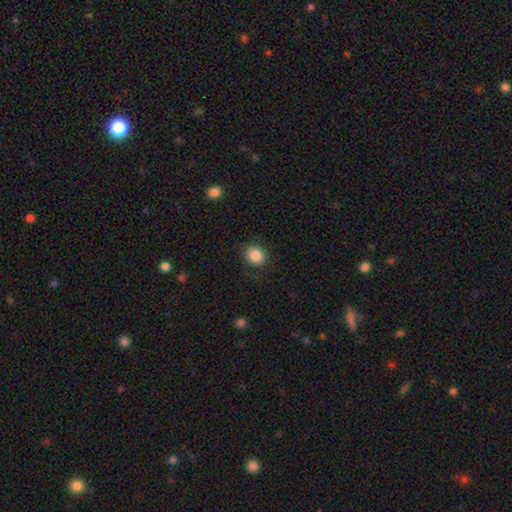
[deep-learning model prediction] Smooth or featured: smooth — 86% (star or artifact — 9%)
How rounded: round — 54% (in between — 45%)
Merging: none — 83% (minor disturbance — 12%)